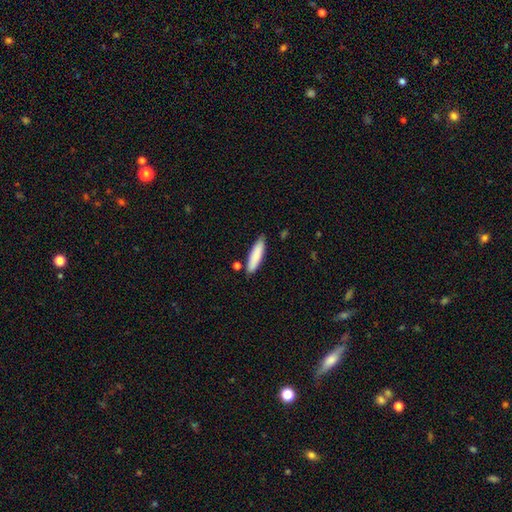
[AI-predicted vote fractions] smooth 85%, featured or disk 9%, star or artifact 6%. Down the decision tree: how rounded — cigar-shaped (71%); merging — none (80%).